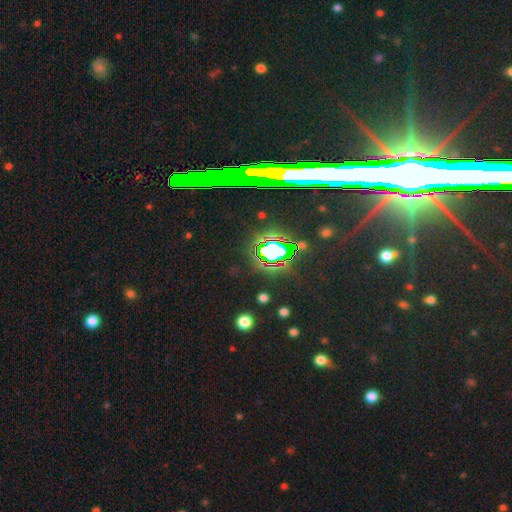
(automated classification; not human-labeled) This is likely a star or artifact rather than a galaxy (76%).